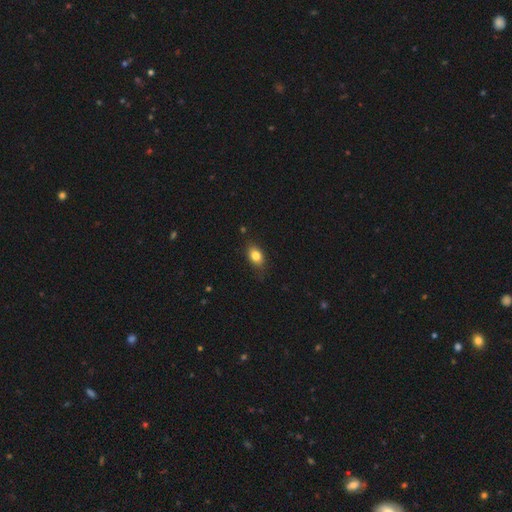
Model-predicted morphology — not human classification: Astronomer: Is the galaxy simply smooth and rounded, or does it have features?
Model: smooth — 82%.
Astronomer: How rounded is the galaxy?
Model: in between — 77%.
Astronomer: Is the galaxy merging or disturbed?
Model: none — 75%.